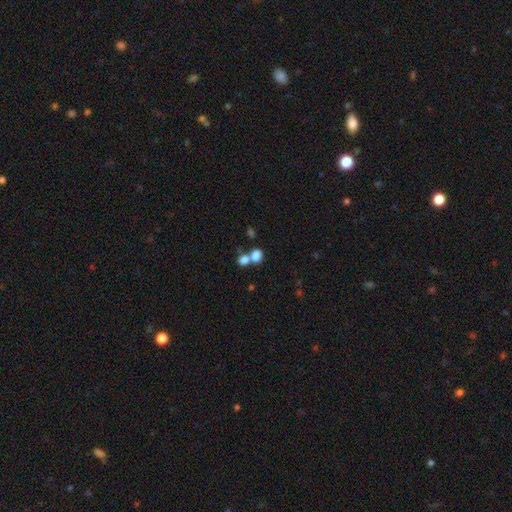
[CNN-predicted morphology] Smooth or featured? smooth (79%)
How rounded? round (51%)
Merging? merger (52%)